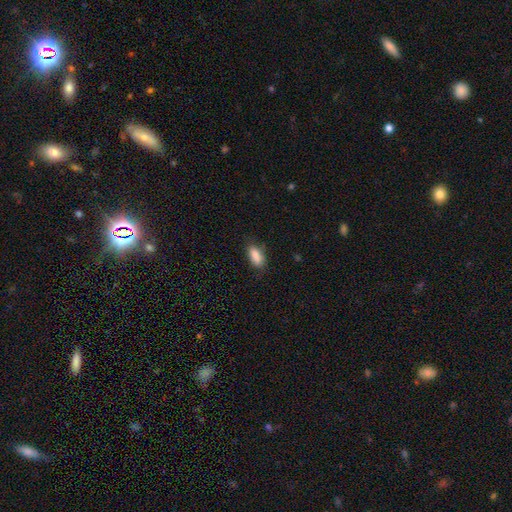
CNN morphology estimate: The model was most divided on "merging": none: 76%, minor disturbance: 18%, major disturbance: 4%, merger: 1%. More confident: smooth or featured — smooth (87%); how rounded — in between (86%).